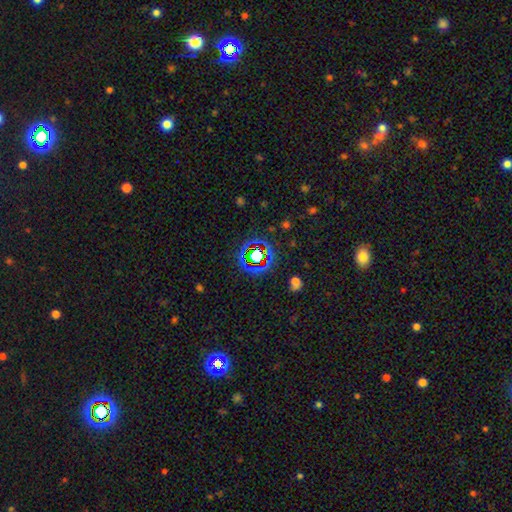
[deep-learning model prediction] Morphology: type=star or artifact (69%).